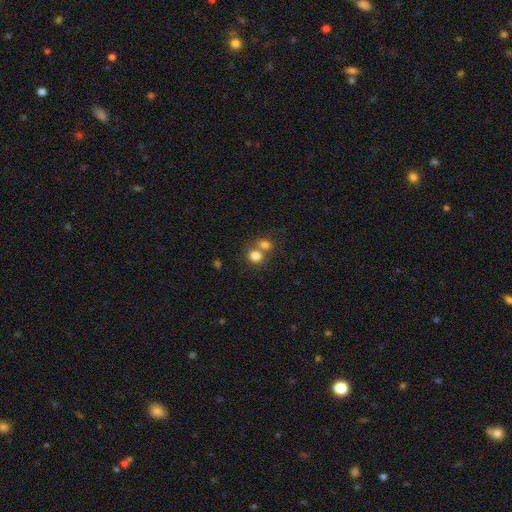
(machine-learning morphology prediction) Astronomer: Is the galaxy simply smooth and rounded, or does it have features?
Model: smooth — 81%.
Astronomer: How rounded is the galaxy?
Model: round — 75%.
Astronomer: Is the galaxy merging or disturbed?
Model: merger — 48% (runner-up: none, 42%).